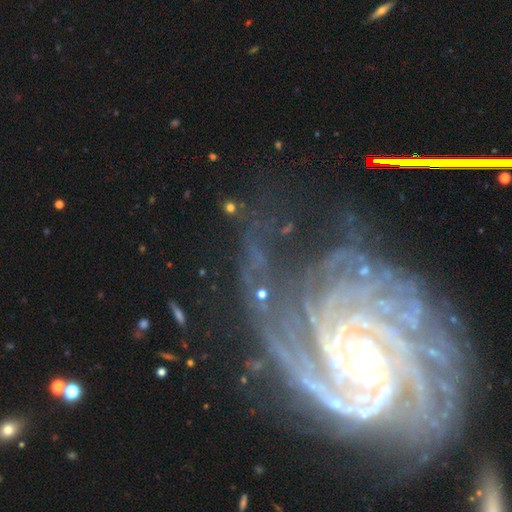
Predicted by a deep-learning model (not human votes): This is clearly a featured or disk galaxy (84%). It is clearly not viewed edge-on (96%). Bar: possibly no (58%). Spiral arm pattern: clearly yes (96%). Spiral arm count: marginally can't tell (24%). Spiral winding: likely tight (73%). Central bulge: likely small (65%). Merging: likely none (62%).